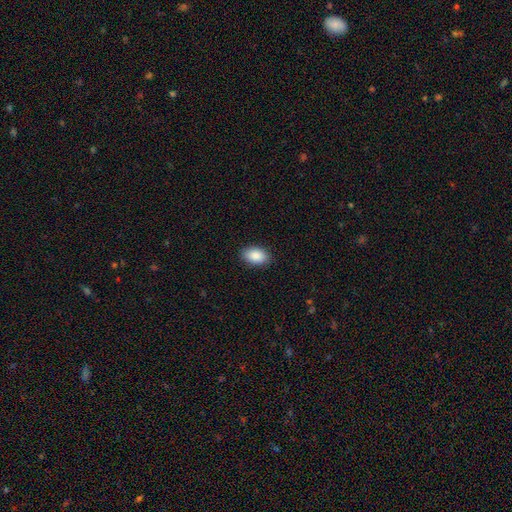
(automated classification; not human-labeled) smooth-or-featured: smooth: 89% | star or artifact: 7% | featured or disk: 5%
  how-rounded: in between: 92% | round: 7% | cigar-shaped: 1%
  merging: none: 89% | minor disturbance: 8% | major disturbance: 2% | merger: 1%